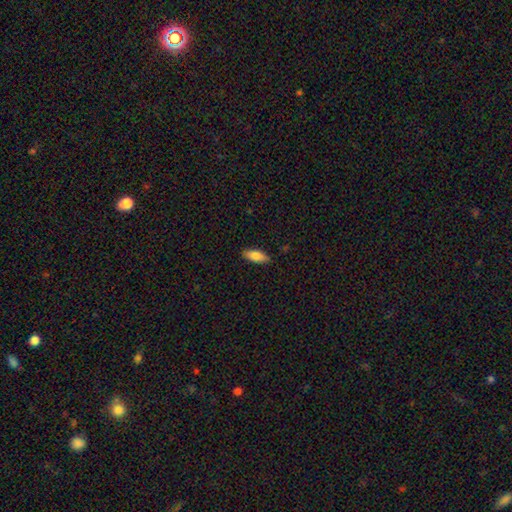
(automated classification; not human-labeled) Overall: smooth (82%). How rounded: in between (78%). Merging: none (86%).